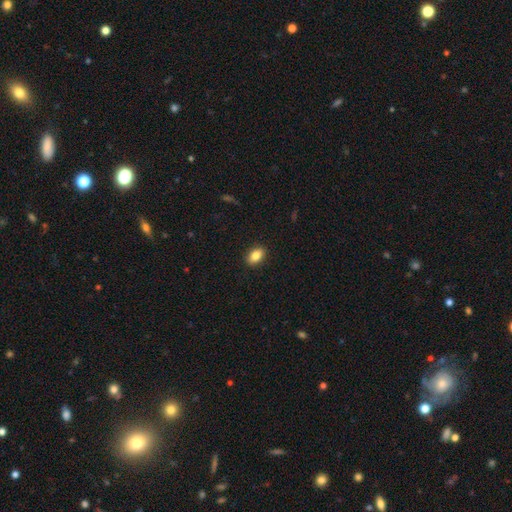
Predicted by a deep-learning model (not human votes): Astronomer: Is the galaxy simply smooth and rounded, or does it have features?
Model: smooth — 84%.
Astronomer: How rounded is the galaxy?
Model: in between — 86%.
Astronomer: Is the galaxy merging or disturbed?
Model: none — 90%.